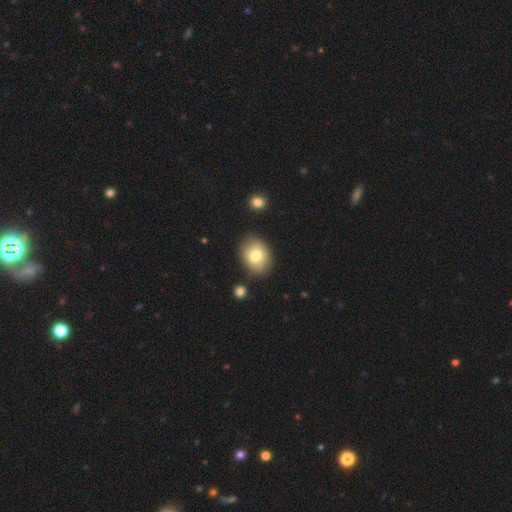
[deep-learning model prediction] Smooth or featured? smooth (76%)
How rounded? in between (60%)
Merging? none (78%)